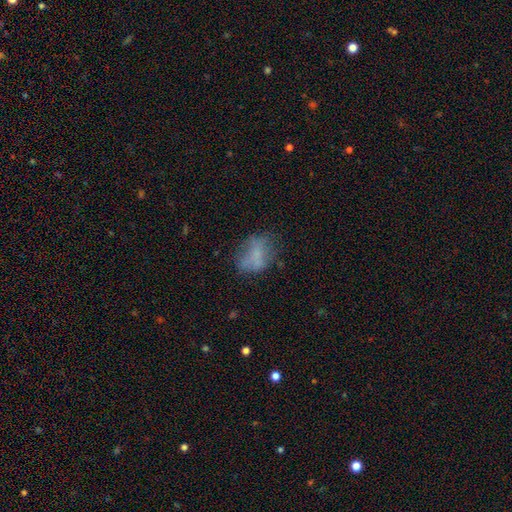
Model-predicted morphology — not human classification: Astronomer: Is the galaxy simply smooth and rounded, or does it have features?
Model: smooth — 59%.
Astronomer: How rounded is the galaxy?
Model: in between — 71%.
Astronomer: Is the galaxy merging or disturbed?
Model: none — 49% (runner-up: minor disturbance, 26%).